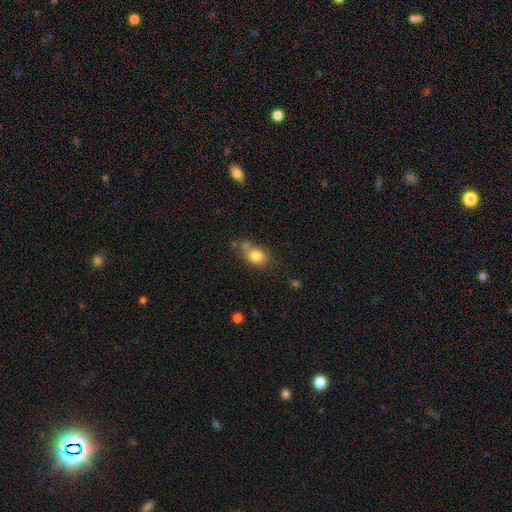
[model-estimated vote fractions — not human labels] Overall: smooth (80%). How rounded: round (52%; in between 47%). Merging: none (52%; minor disturbance 20%).